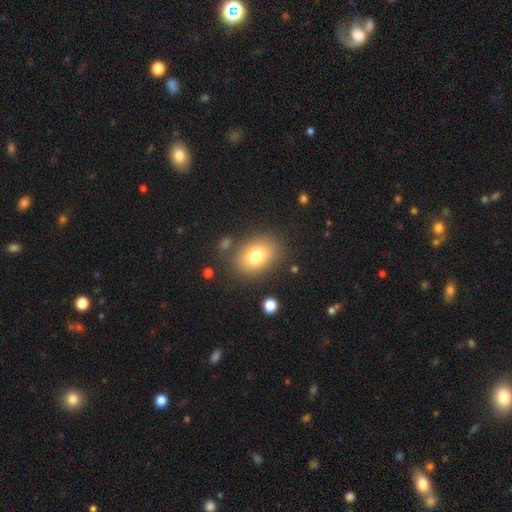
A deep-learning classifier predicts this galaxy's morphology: Smooth or featured? smooth (78%)
How rounded? in between (72%)
Merging? none (80%)